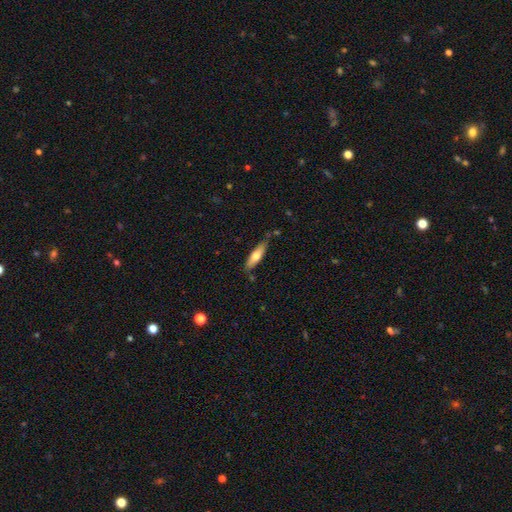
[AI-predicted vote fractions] Smooth or featured? Predicted: smooth (p=0.65). How rounded? Predicted: cigar-shaped (p=0.60). Merging? Predicted: none (p=0.75).